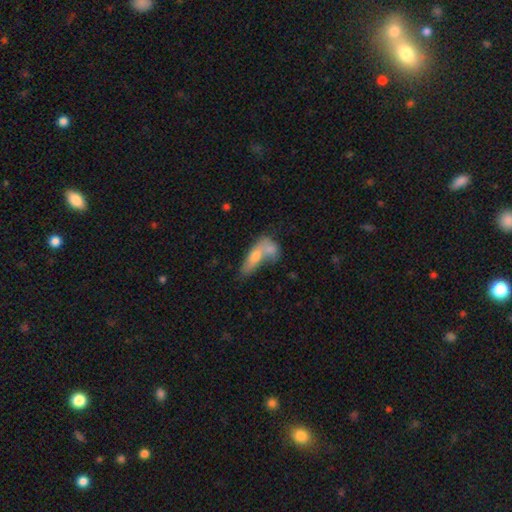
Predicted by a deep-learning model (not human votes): Overall: smooth (65%; featured or disk 27%). How rounded: in between (61%; cigar-shaped 34%). Merging: merger (57%; none 26%).